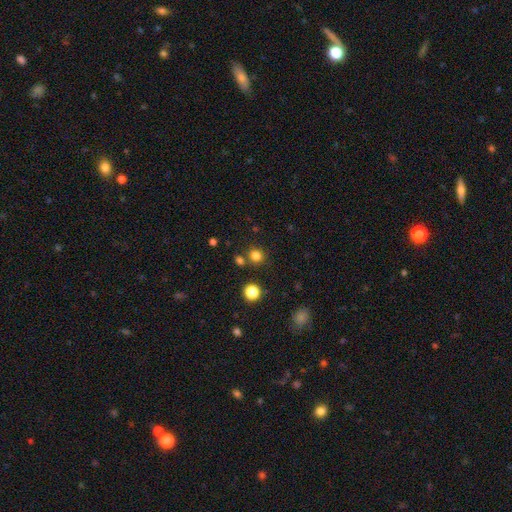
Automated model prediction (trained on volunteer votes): Q: Smooth or featured?
A: smooth (79%); runner-up: star or artifact (16%)
Q: How rounded?
A: round (88%); runner-up: in between (11%)
Q: Merging?
A: none (78%); runner-up: merger (11%)